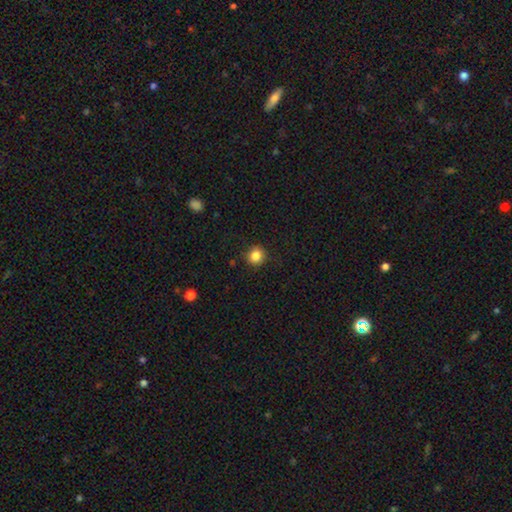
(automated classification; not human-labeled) A smooth galaxy with no disk features (85%) that is round (90%).

Vote fractions:
- Smooth or featured? smooth: 85% / star or artifact: 11% / featured or disk: 4%
- How rounded? round: 90% / in between: 9% / cigar-shaped: 1%
- Merging? none: 88% / minor disturbance: 9% / major disturbance: 2% / merger: 1%